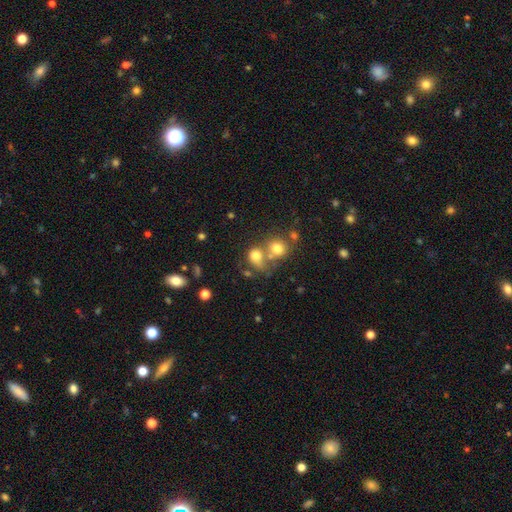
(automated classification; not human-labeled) Smooth or featured? Predicted: smooth (p=0.74). How rounded? Predicted: round (p=0.62). Merging? Predicted: merger (p=0.48).